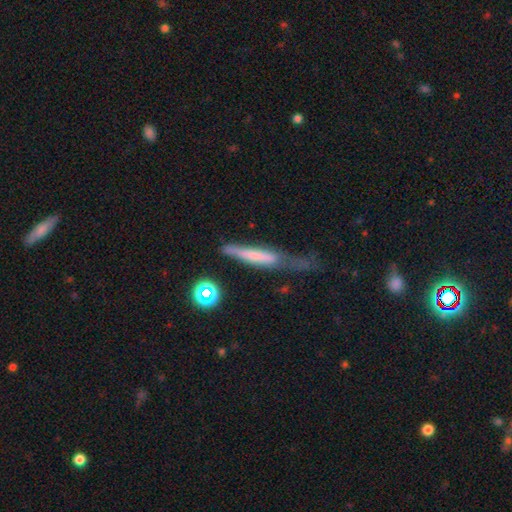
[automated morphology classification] smooth_or_featured: smooth (p=0.56) [alt: featured or disk p=0.35]
how_rounded: cigar-shaped (p=0.90) [alt: in between p=0.07]
merging: none (p=0.33) [alt: minor disturbance p=0.32]